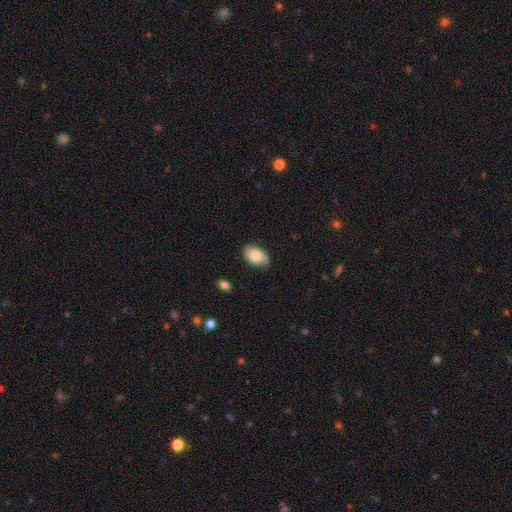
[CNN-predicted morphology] Overall: smooth (80%). How rounded: in between (92%). Merging: none (77%).